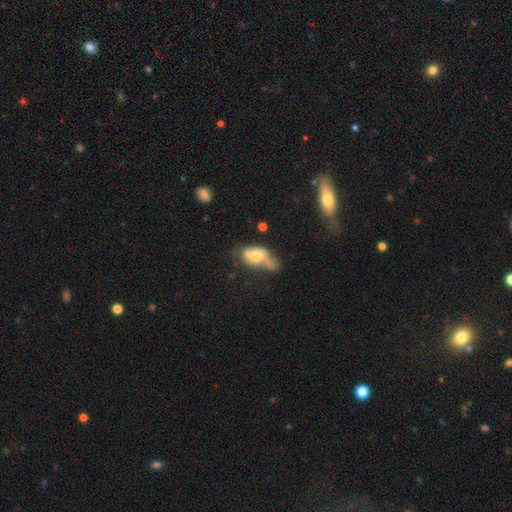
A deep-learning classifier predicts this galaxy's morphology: This is possibly a smooth galaxy (56%). How rounded: clearly in between (86%). Merging: marginally major disturbance (30%).